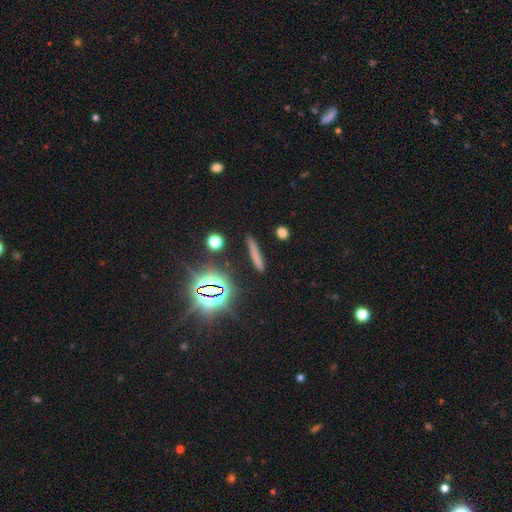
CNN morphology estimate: Smooth or featured? smooth (62%)
How rounded? cigar-shaped (91%)
Merging? none (85%)